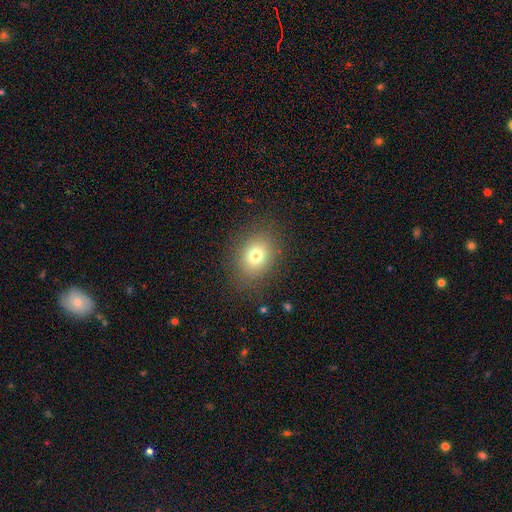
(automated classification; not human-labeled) Smooth or featured?
  - smooth: 76% *
  - star or artifact: 13%
  - featured or disk: 11%
How rounded?
  - in between: 50% *
  - round: 49%
  - cigar-shaped: 1%
Merging?
  - none: 84% *
  - minor disturbance: 10%
  - major disturbance: 5%
  - merger: 1%